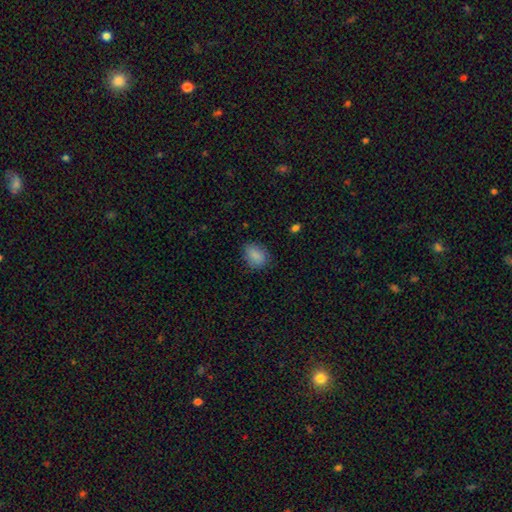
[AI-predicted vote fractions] A smooth galaxy with no disk features (87%) that is in between round and cigar-shaped (68%). Merging: none (77%).